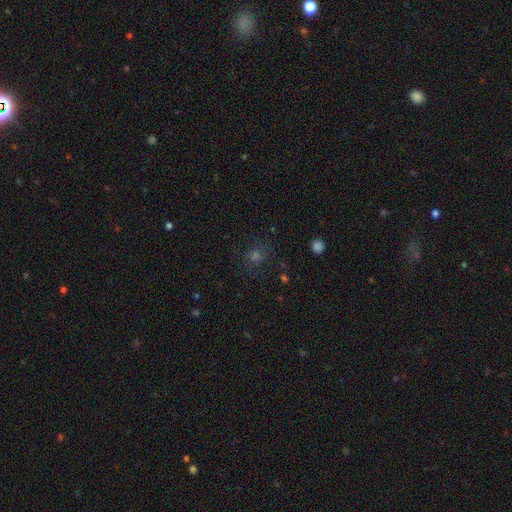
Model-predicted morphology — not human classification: smooth-or-featured: smooth: 49% | star or artifact: 38% | featured or disk: 13%
  merging: none: 81% | minor disturbance: 11% | major disturbance: 6% | merger: 2%